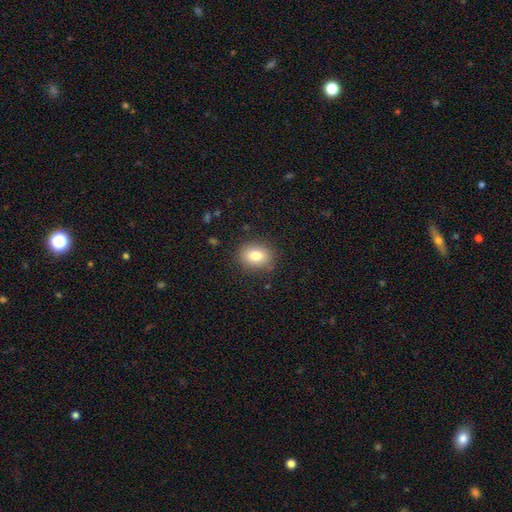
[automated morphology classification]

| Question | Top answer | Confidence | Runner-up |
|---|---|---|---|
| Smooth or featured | smooth | 81% | star or artifact (10%) |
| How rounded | in between | 50% | round (49%) |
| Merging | none | 85% | minor disturbance (11%) |